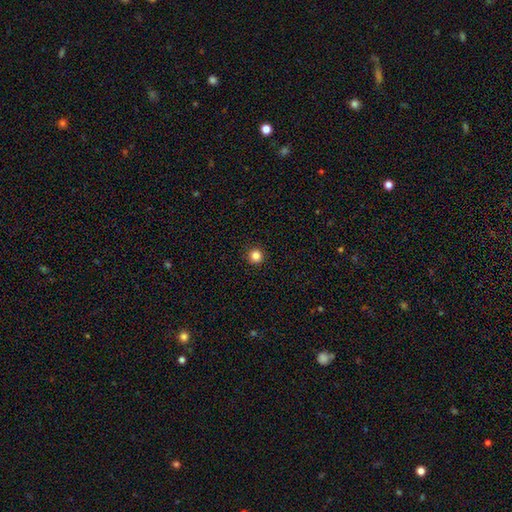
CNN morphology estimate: Q: Smooth or featured?
A: smooth (85%); runner-up: star or artifact (12%)
Q: How rounded?
A: round (96%); runner-up: in between (4%)
Q: Merging?
A: none (93%); runner-up: minor disturbance (4%)